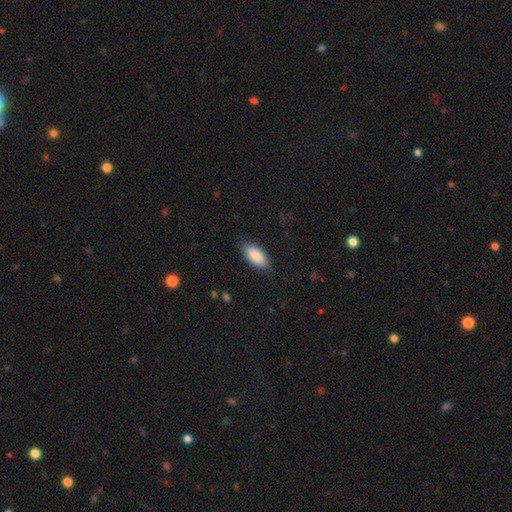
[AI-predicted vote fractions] This is clearly a smooth galaxy (86%). How rounded: clearly in between (91%). Merging: clearly none (84%).